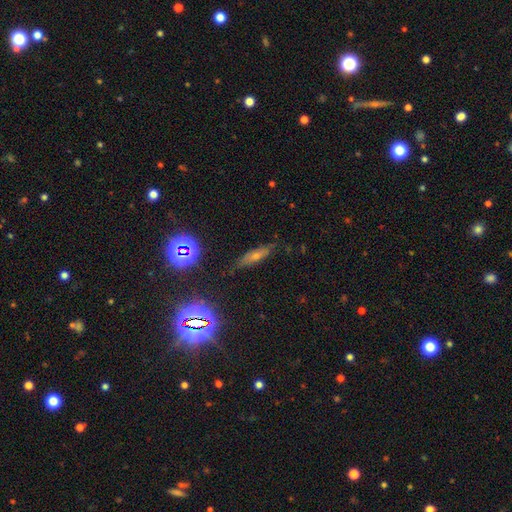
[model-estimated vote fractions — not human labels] The model was most divided on "smooth or featured": smooth: 43%, featured or disk: 31%, star or artifact: 26%. More confident: merging — none (79%).